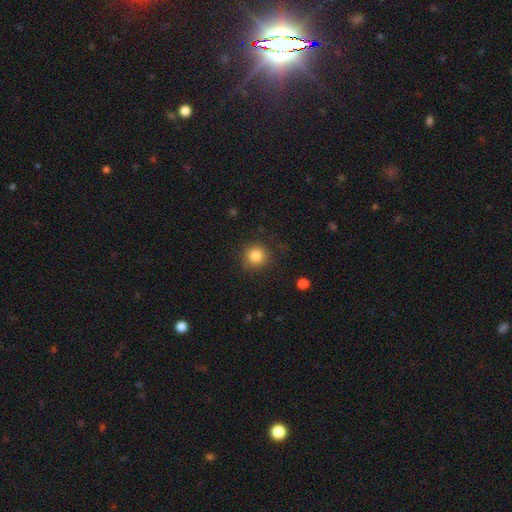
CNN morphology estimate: A smooth galaxy with no disk features (84%) that is round (93%).

Vote fractions:
- Smooth or featured? smooth: 84% / star or artifact: 11% / featured or disk: 5%
- How rounded? round: 93% / in between: 6% / cigar-shaped: 1%
- Merging? none: 87% / minor disturbance: 9% / major disturbance: 3% / merger: 1%